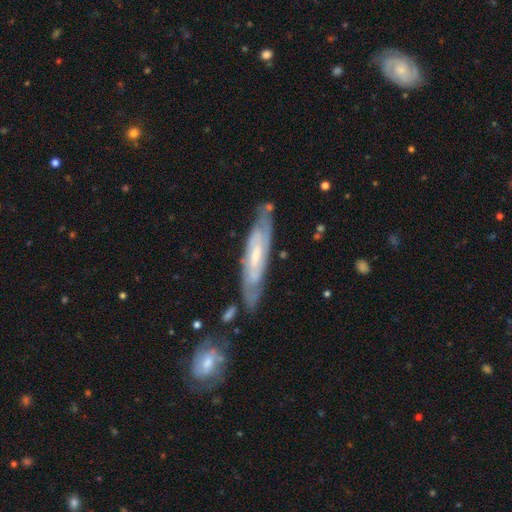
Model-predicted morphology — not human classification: Smooth or featured? Predicted: featured or disk (p=0.73). Edge-on disk? Predicted: no (p=0.67). Merging? Predicted: none (p=0.73).